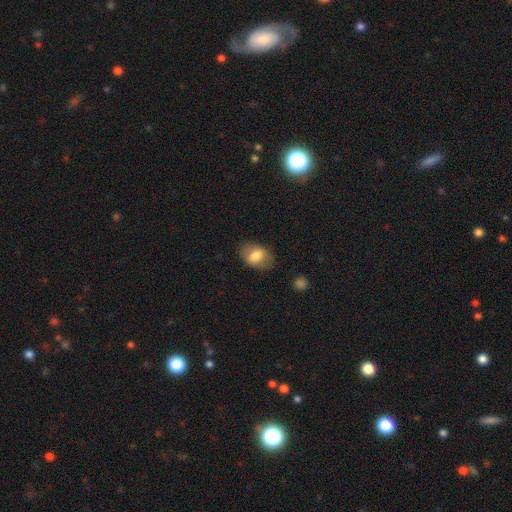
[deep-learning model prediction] A smooth galaxy with no disk features (72%) that is in between round and cigar-shaped (82%).

Vote fractions:
- Smooth or featured? smooth: 72% / featured or disk: 20% / star or artifact: 8%
- How rounded? in between: 82% / round: 16% / cigar-shaped: 1%
- Merging? none: 81% / minor disturbance: 14% / major disturbance: 4% / merger: 1%